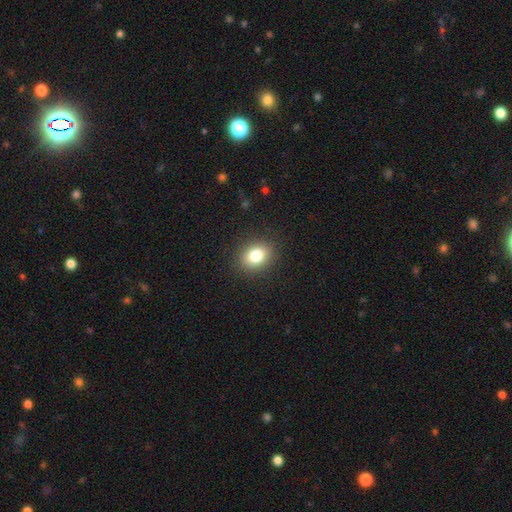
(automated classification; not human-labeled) This appears to be a smooth galaxy with no disk features (82%) that is round (52%). Merging: none (89%).